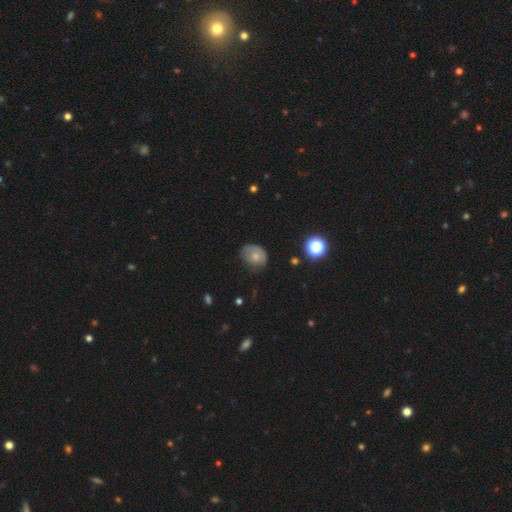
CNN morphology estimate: Smooth or featured: smooth — 65% (featured or disk — 25%)
How rounded: round — 50% (in between — 49%)
Merging: none — 55% (minor disturbance — 31%)